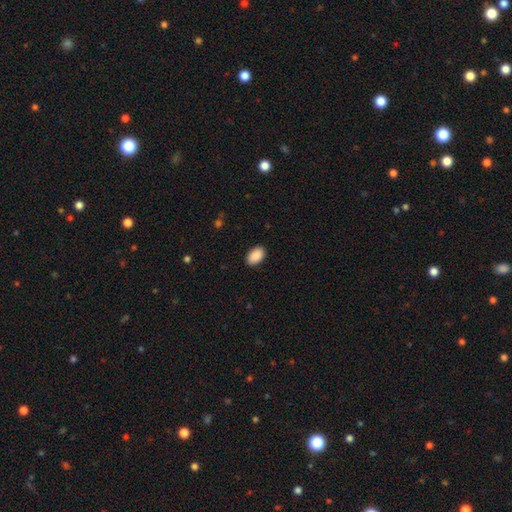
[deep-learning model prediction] A smooth galaxy with no disk features (91%) that is in between round and cigar-shaped (91%).

Vote fractions:
- Smooth or featured? smooth: 91% / star or artifact: 7% / featured or disk: 3%
- How rounded? in between: 91% / round: 8% / cigar-shaped: 1%
- Merging? none: 89% / minor disturbance: 8% / major disturbance: 2% / merger: 1%